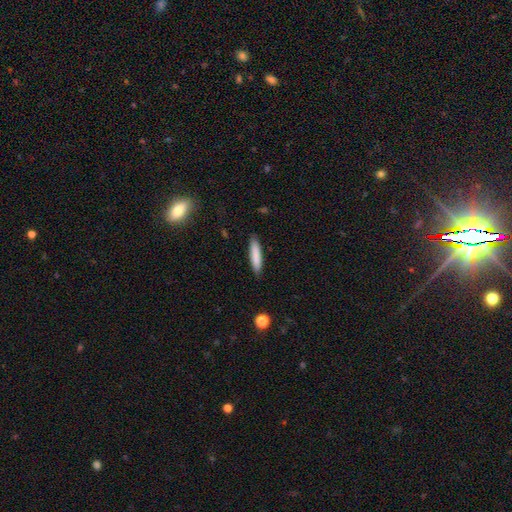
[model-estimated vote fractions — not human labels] Overall: smooth (83%). How rounded: cigar-shaped (85%). Merging: none (88%).